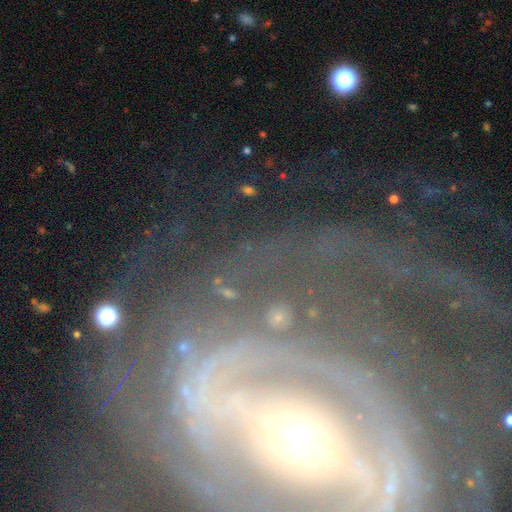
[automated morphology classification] Overall: featured or disk (74%). Edge-on disk: no (94%). Bar: strong (36%; no 34%). Spiral arms: yes (92%). Spiral arm count: 2 (28%; can't tell 23%). Spiral winding: tight (68%). Bulge size: small (58%; moderate 30%). Merging: none (71%).